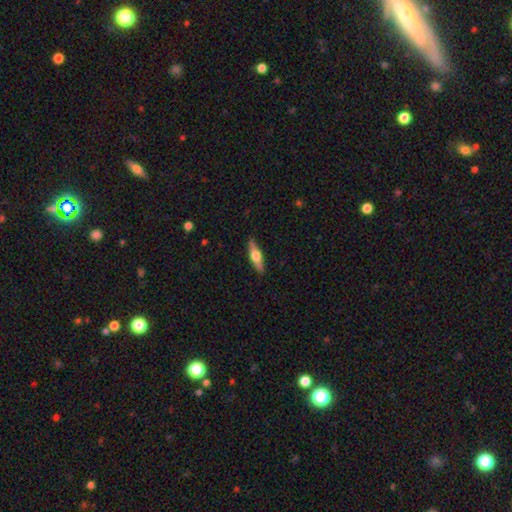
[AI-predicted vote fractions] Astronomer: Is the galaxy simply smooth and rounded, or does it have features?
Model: featured or disk — 59% (runner-up: smooth, 36%).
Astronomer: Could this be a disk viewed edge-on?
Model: yes — 95%.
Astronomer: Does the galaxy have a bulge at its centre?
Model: rounded — 94%.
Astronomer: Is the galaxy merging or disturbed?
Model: none — 89%.